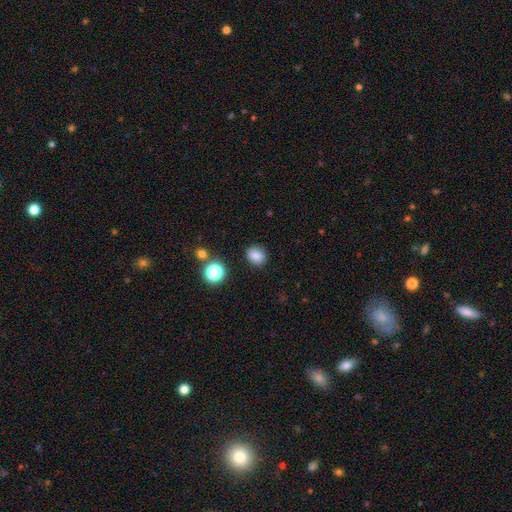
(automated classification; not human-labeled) smooth 83%, star or artifact 13%, featured or disk 5%. Down the decision tree: how rounded — round (57%); merging — none (85%).